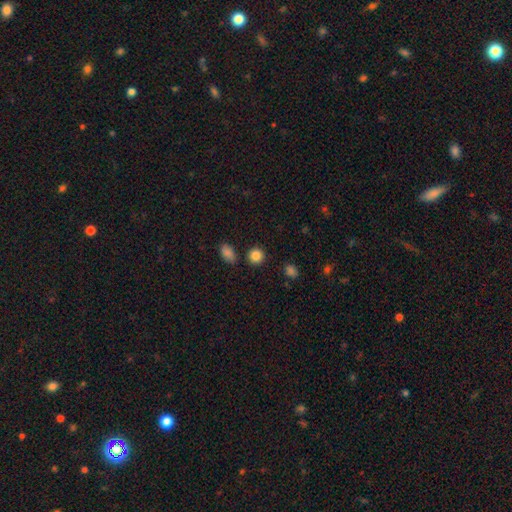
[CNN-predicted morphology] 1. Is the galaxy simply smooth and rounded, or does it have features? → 85% smooth, 11% star or artifact, 4% featured or disk.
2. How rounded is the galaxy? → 88% round, 11% in between, 1% cigar-shaped.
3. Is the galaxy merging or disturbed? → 86% none, 7% minor disturbance, 4% merger, 2% major disturbance.